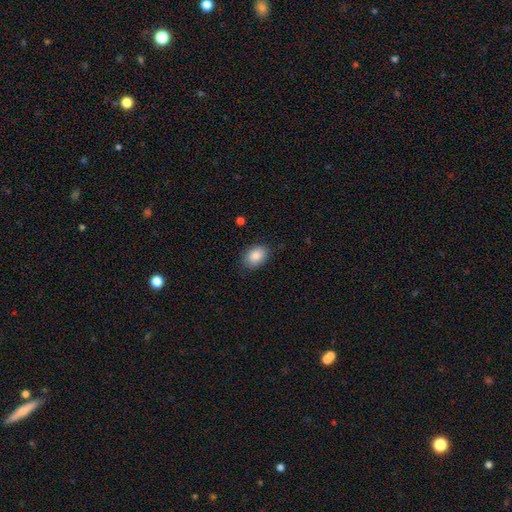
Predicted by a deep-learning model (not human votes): Morphology: type=smooth (88%); roundness=in between (80%); merging=none (84%).